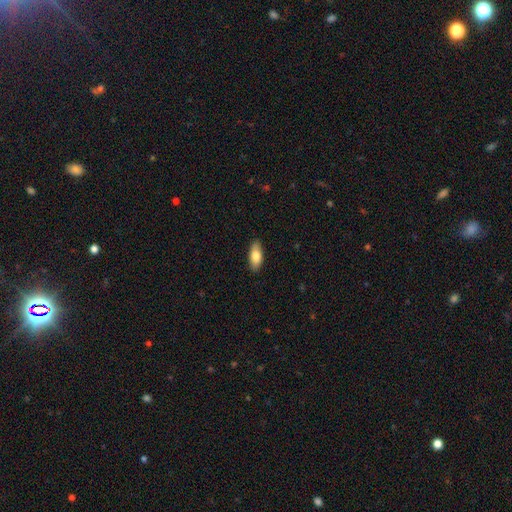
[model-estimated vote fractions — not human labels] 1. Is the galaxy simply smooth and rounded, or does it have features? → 78% smooth, 16% featured or disk, 6% star or artifact.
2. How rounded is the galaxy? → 85% in between, 13% cigar-shaped, 3% round.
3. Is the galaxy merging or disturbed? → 88% none, 9% minor disturbance, 2% major disturbance, 1% merger.